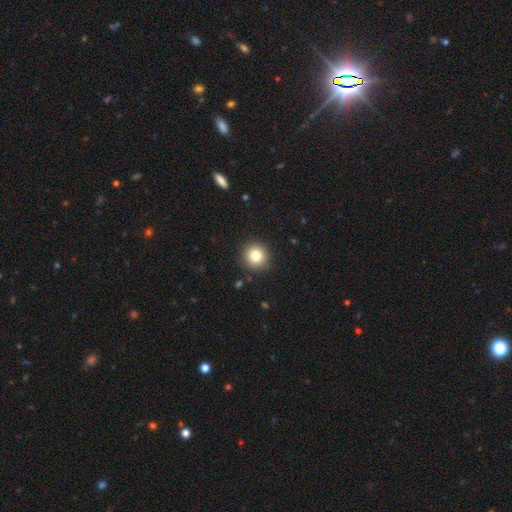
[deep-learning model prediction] Smooth or featured? smooth (81%)
How rounded? round (94%)
Merging? none (91%)